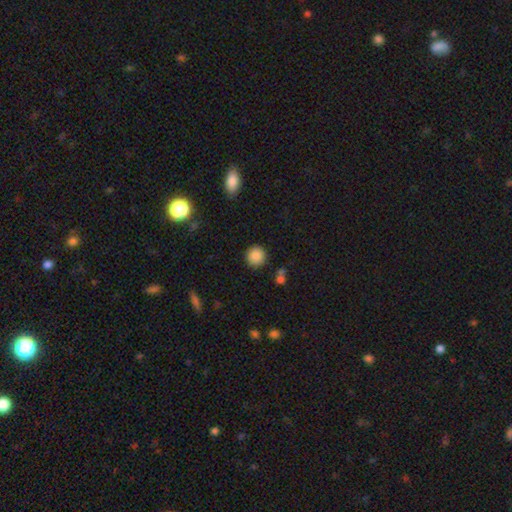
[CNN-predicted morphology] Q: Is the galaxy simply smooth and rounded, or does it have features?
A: smooth — 87%.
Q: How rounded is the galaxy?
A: round — 92%.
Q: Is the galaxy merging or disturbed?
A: none — 88%.